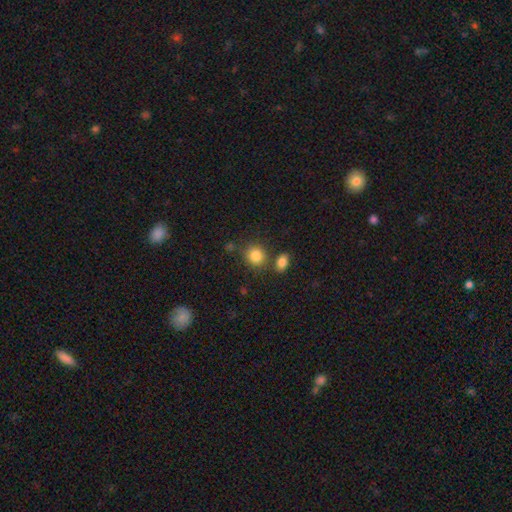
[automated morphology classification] Smooth or featured? Predicted: smooth (p=0.85). How rounded? Predicted: round (p=0.77). Merging? Predicted: none (p=0.70).